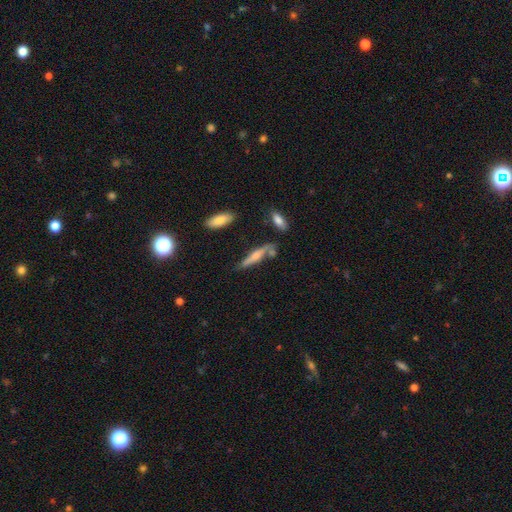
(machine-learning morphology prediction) Overall: smooth (52%; featured or disk 40%). How rounded: cigar-shaped (82%). Merging: none (58%; minor disturbance 22%).